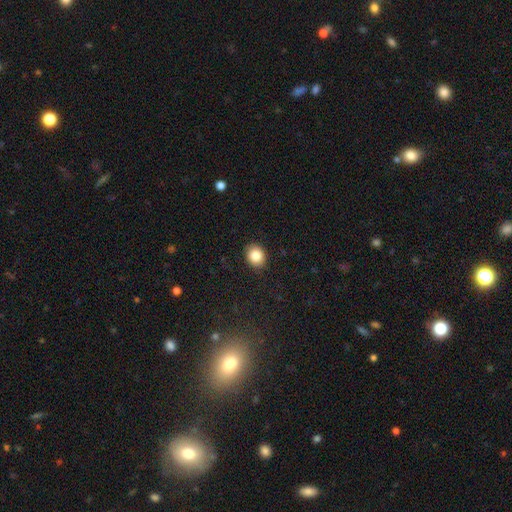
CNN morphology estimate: type=smooth (86%); roundness=round (61%); merging=none (89%).